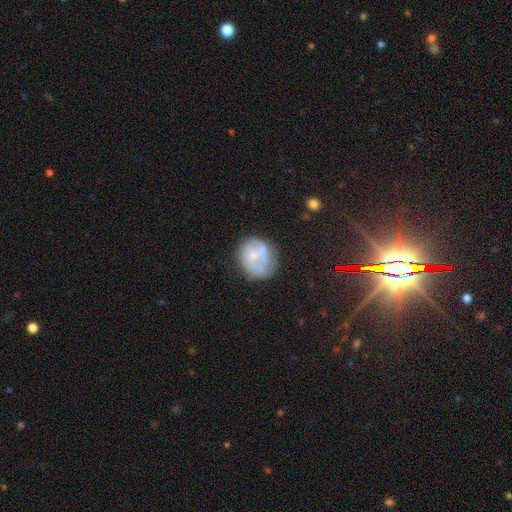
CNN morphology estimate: Smooth or featured?
  - smooth: 48% *
  - featured or disk: 43%
  - star or artifact: 9%
Merging?
  - none: 56% *
  - minor disturbance: 25%
  - major disturbance: 15%
  - merger: 5%